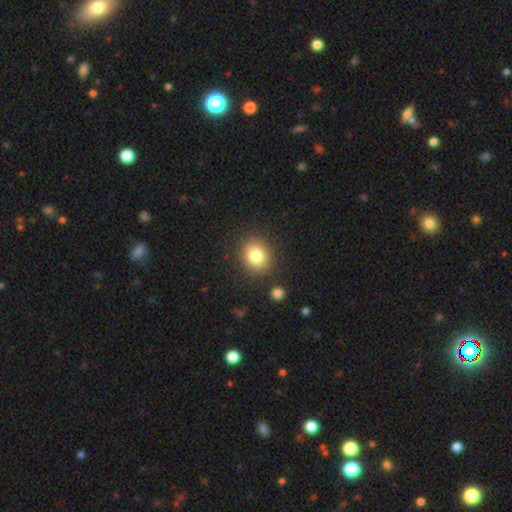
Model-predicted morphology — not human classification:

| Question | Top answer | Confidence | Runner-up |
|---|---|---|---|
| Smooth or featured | smooth | 81% | star or artifact (11%) |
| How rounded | round | 72% | in between (27%) |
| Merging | none | 87% | minor disturbance (8%) |